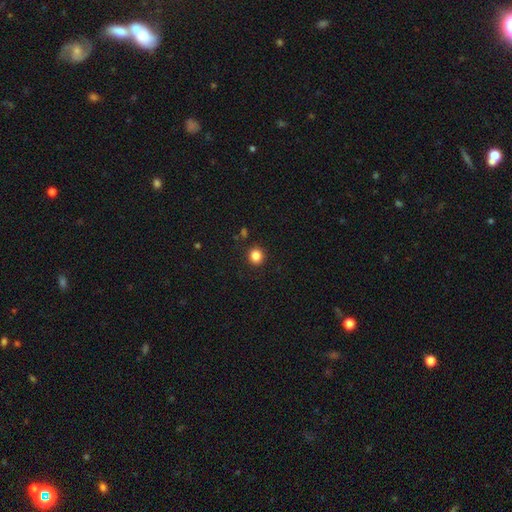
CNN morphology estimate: smooth_or_featured: smooth (p=0.85) [alt: star or artifact p=0.11]
how_rounded: round (p=0.88) [alt: in between p=0.11]
merging: none (p=0.91) [alt: minor disturbance p=0.06]